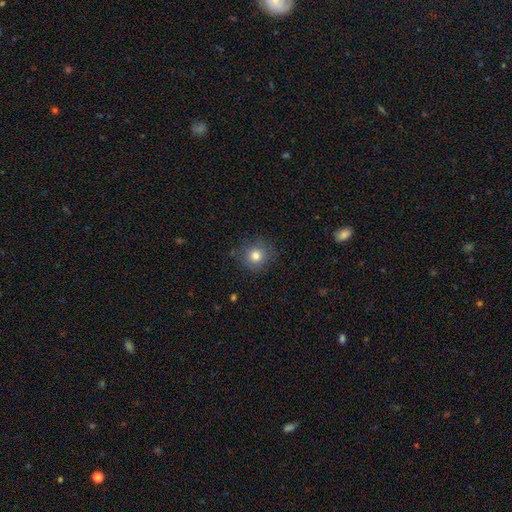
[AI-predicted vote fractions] smooth_or_featured: smooth (p=0.80) [alt: star or artifact p=0.12]
how_rounded: round (p=0.90) [alt: in between p=0.09]
merging: none (p=0.83) [alt: minor disturbance p=0.12]